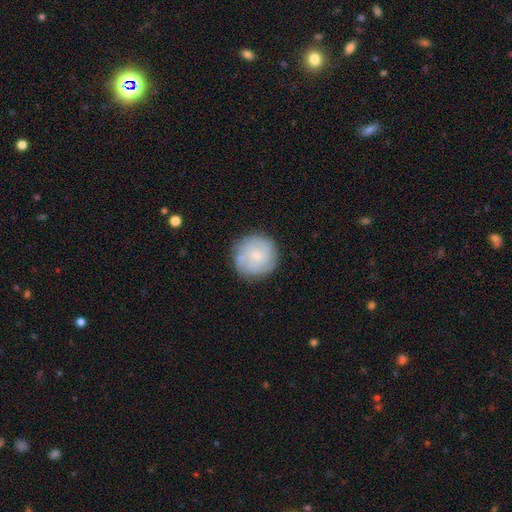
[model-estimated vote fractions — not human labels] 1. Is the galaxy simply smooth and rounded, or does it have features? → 65% smooth, 28% featured or disk, 7% star or artifact.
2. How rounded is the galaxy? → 94% round, 5% in between, 1% cigar-shaped.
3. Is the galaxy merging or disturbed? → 78% none, 15% minor disturbance, 4% major disturbance, 3% merger.